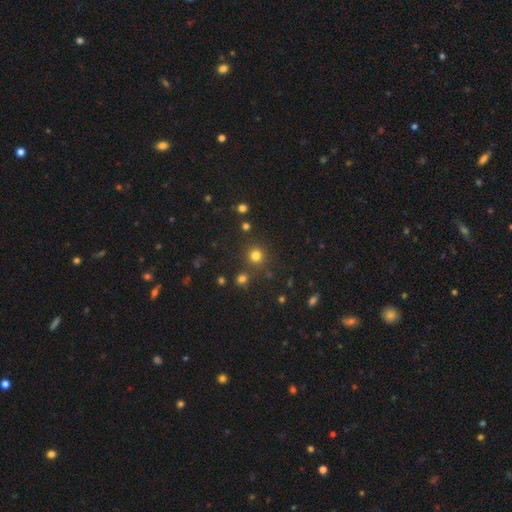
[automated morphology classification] This is likely a smooth galaxy (77%). How rounded: clearly round (93%). Merging: clearly none (83%).